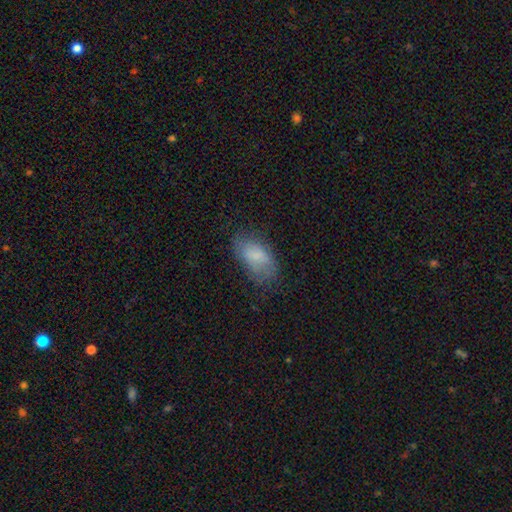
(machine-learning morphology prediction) This is likely a smooth galaxy (76%). How rounded: clearly in between (92%). Merging: possibly none (59%).